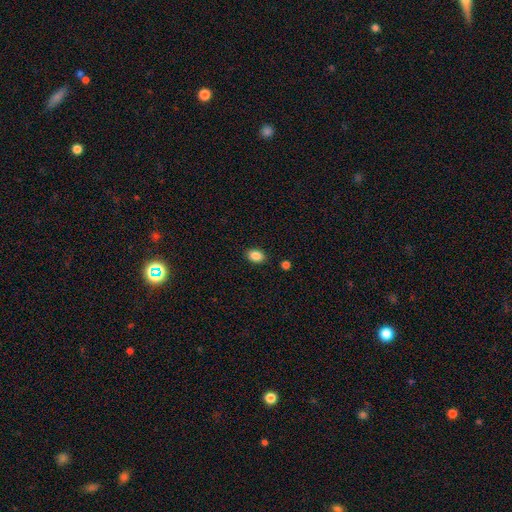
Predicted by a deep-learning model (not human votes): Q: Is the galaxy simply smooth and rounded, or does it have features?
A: smooth — 86%.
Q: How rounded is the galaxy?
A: in between — 77%.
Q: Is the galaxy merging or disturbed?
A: none — 87%.